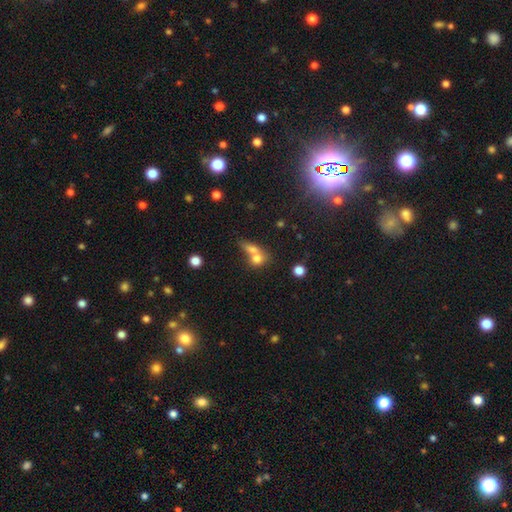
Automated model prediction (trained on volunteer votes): The model was most divided on "how rounded": round: 49%, in between: 44%, cigar-shaped: 7%. More confident: smooth or featured — smooth (72%); merging — merger (63%).